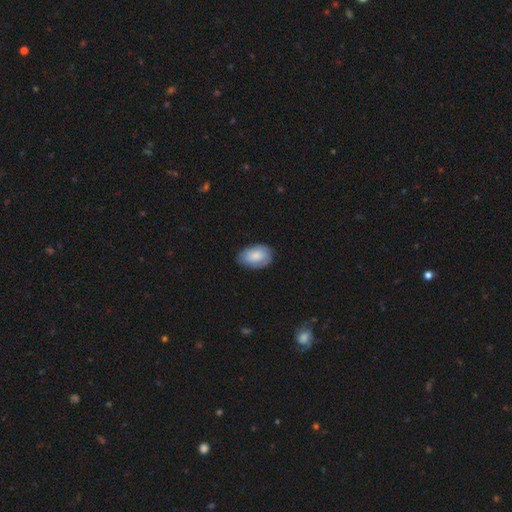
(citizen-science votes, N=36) Q: Smooth or featured?
A: smooth (86%); runner-up: featured or disk (14%)
Q: How rounded?
A: in between (87%); runner-up: round (13%)
Q: Merging?
A: none (83%); runner-up: minor disturbance (14%)